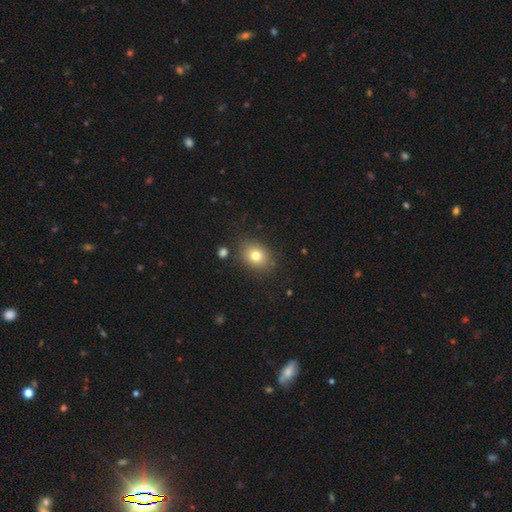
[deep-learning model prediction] Smooth or featured? Predicted: smooth (p=0.78). How rounded? Predicted: in between (p=0.52). Merging? Predicted: none (p=0.84).